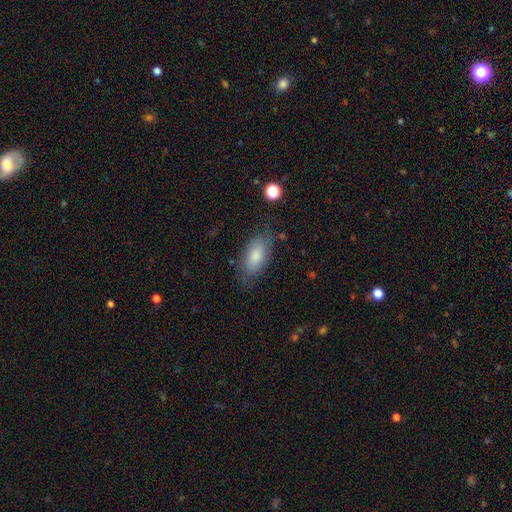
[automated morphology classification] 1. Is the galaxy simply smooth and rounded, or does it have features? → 76% smooth, 17% featured or disk, 7% star or artifact.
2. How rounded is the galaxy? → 90% in between, 7% cigar-shaped, 3% round.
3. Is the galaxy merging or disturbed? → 72% none, 20% minor disturbance, 6% major disturbance, 2% merger.